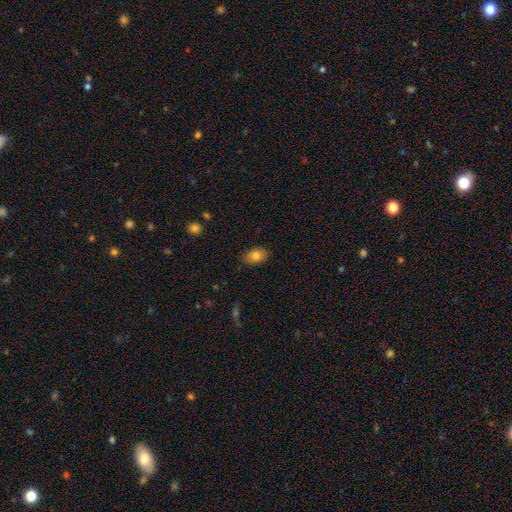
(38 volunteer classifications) Smooth or featured? smooth (82%)
How rounded? in between (94%)
Merging? none (81%)